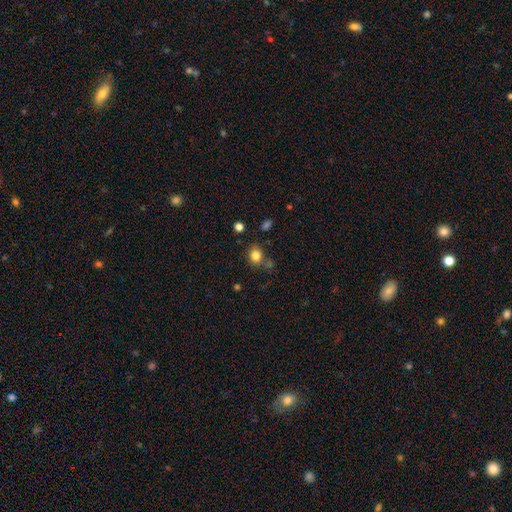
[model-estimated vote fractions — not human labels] Overall: smooth (82%). How rounded: round (69%; in between 30%). Merging: none (69%).